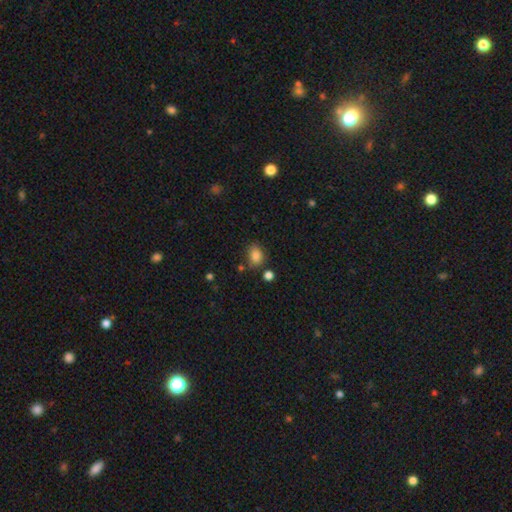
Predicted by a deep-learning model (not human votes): This is clearly a smooth galaxy (84%). How rounded: likely in between (71%). Merging: likely none (72%).